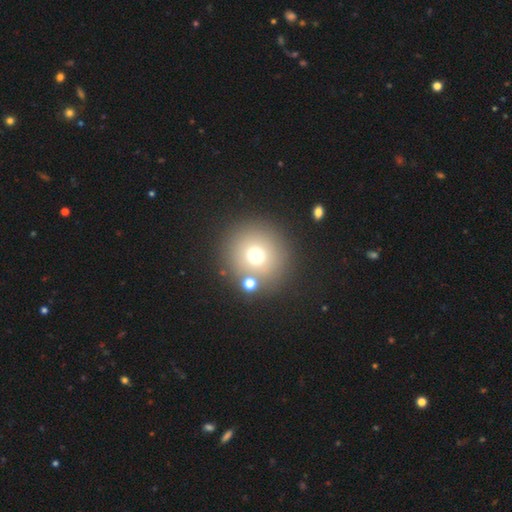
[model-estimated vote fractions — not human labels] Smooth or featured?
  - smooth: 69% *
  - star or artifact: 18%
  - featured or disk: 13%
How rounded?
  - round: 94% *
  - in between: 5%
  - cigar-shaped: 1%
Merging?
  - none: 79% *
  - merger: 10%
  - minor disturbance: 7%
  - major disturbance: 4%